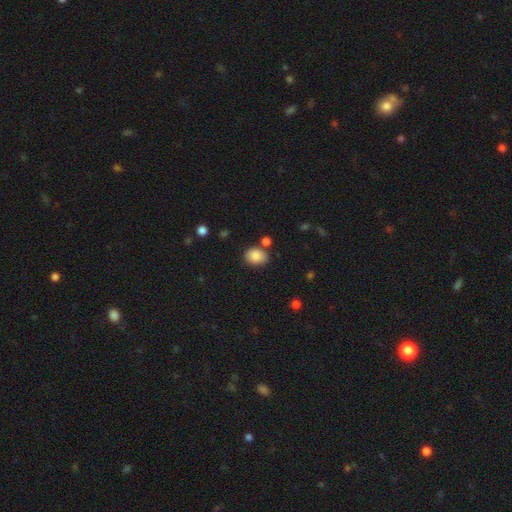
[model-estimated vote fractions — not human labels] A smooth galaxy with no disk features (85%) that is in between round and cigar-shaped (51%).

Vote fractions:
- Smooth or featured? smooth: 85% / star or artifact: 9% / featured or disk: 6%
- How rounded? in between: 51% / round: 48% / cigar-shaped: 1%
- Merging? none: 73% / minor disturbance: 15% / merger: 9% / major disturbance: 4%